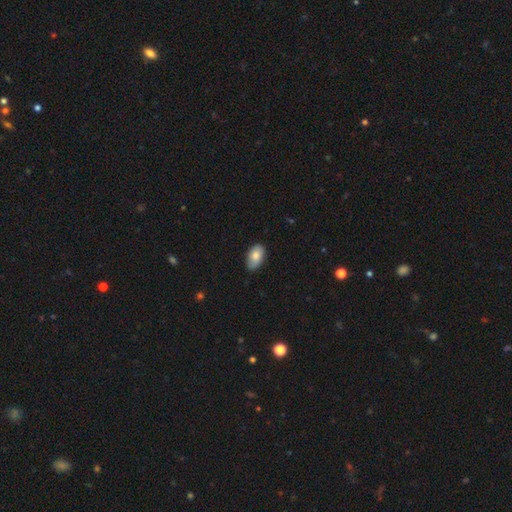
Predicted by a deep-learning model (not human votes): smooth-or-featured: smooth: 82% | featured or disk: 12% | star or artifact: 6%
  how-rounded: in between: 94% | round: 4% | cigar-shaped: 2%
  merging: none: 80% | minor disturbance: 17% | major disturbance: 2% | merger: 1%